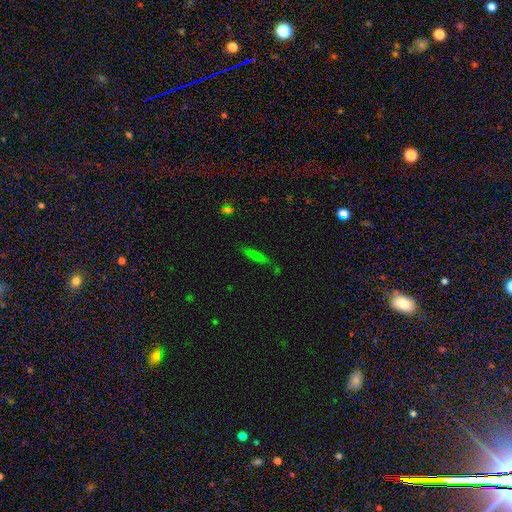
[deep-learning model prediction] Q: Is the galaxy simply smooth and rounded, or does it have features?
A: smooth — 70%.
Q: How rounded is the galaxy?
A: cigar-shaped — 86%.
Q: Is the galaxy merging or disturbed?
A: none — 78%.